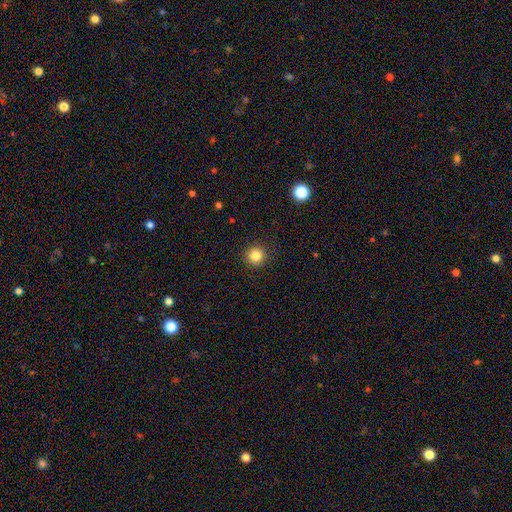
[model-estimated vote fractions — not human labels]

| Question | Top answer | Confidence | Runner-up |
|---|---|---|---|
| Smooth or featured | smooth | 84% | star or artifact (11%) |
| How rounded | round | 95% | in between (4%) |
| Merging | none | 92% | minor disturbance (5%) |